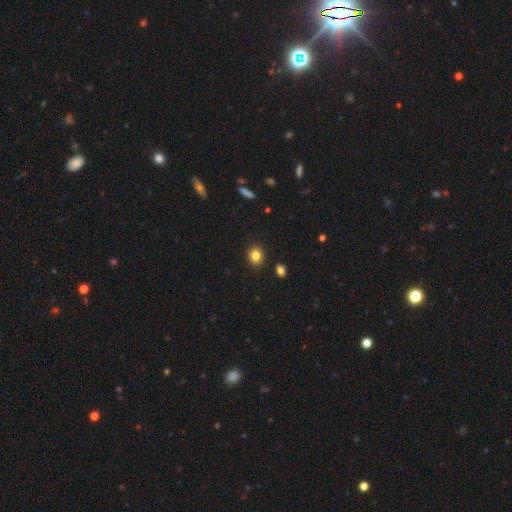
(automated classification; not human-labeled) A smooth galaxy with no disk features (83%) that is round (65%). Merging: none (90%).